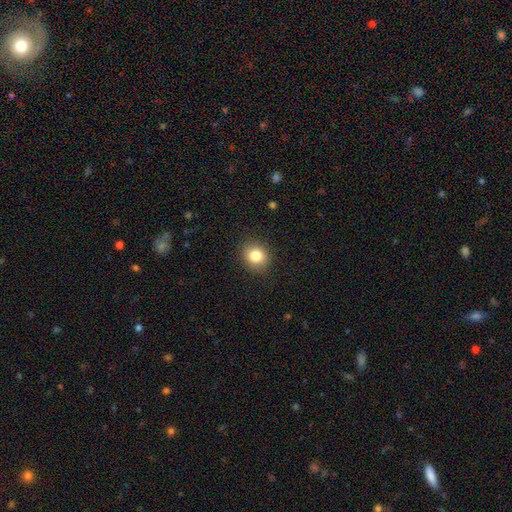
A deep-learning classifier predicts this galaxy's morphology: smooth-or-featured: smooth: 83% | star or artifact: 10% | featured or disk: 7%
  how-rounded: round: 73% | in between: 26% | cigar-shaped: 1%
  merging: none: 89% | minor disturbance: 8% | major disturbance: 2% | merger: 1%